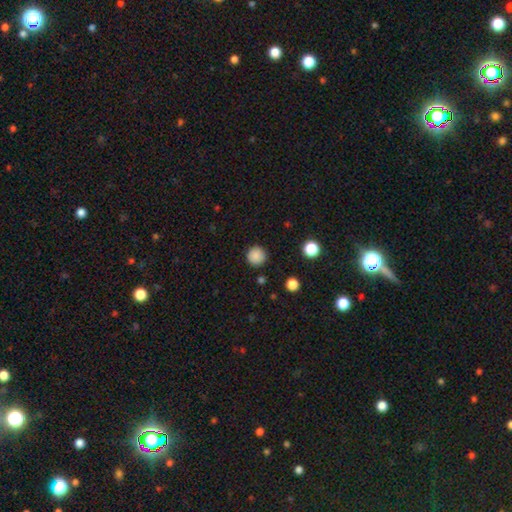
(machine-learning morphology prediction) This is clearly a smooth galaxy (86%). How rounded: clearly round (95%). Merging: clearly none (89%).